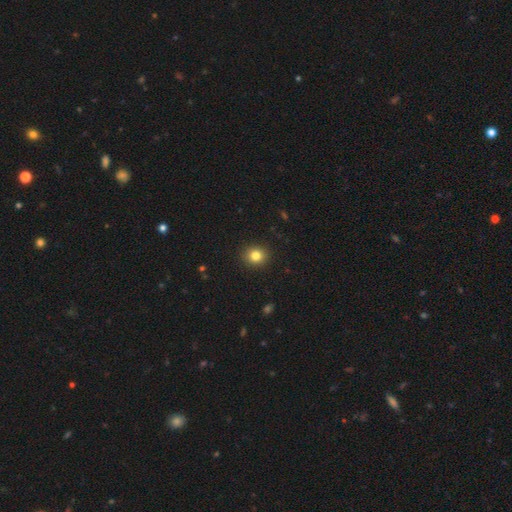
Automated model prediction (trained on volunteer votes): Overall: smooth (82%). How rounded: round (84%). Merging: none (91%).